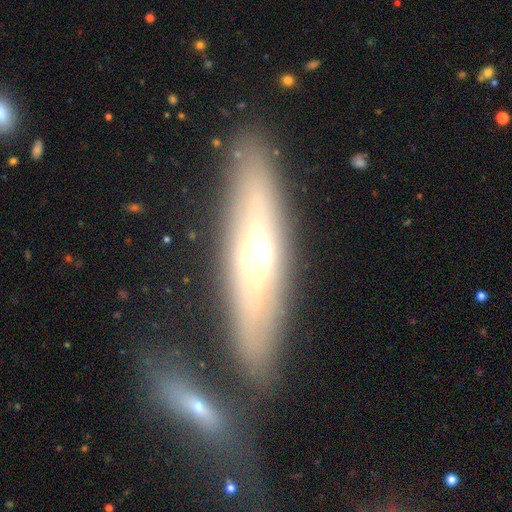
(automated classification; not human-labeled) A featured or disk galaxy (51%) viewed edge-on (75%). Merging: none (79%).